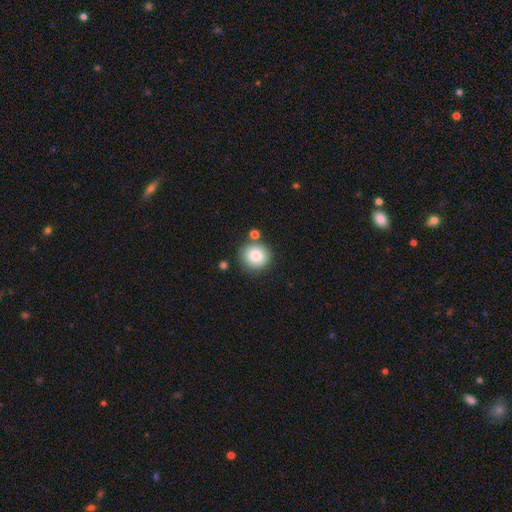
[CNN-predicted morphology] Smooth or featured: smooth — 84% (star or artifact — 9%)
How rounded: round — 92% (in between — 7%)
Merging: none — 79% (minor disturbance — 10%)